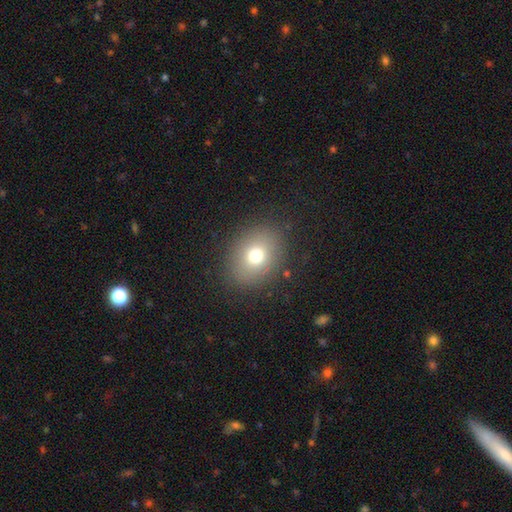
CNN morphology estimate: Smooth or featured: smooth — 73% (star or artifact — 14%)
How rounded: in between — 50% (round — 49%)
Merging: none — 84% (minor disturbance — 10%)